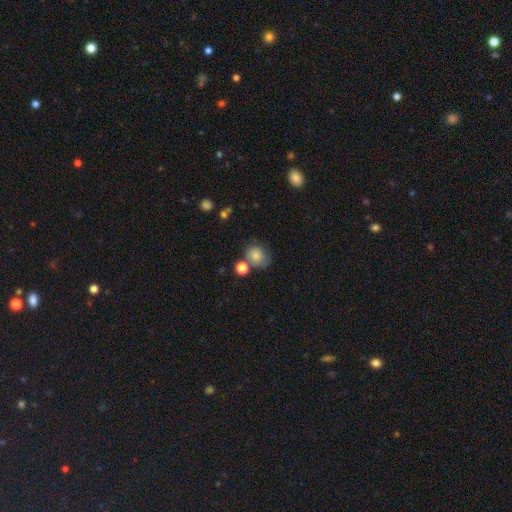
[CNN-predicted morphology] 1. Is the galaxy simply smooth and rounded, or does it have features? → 81% smooth, 10% star or artifact, 9% featured or disk.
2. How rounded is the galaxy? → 67% round, 32% in between, 1% cigar-shaped.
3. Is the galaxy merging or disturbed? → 57% none, 18% minor disturbance, 18% merger, 7% major disturbance.